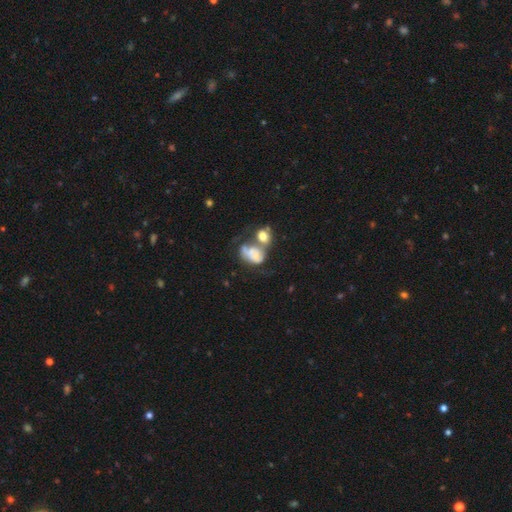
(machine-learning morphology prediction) Smooth or featured: smooth — 47% (featured or disk — 42%)
Merging: merger — 54% (major disturbance — 19%)